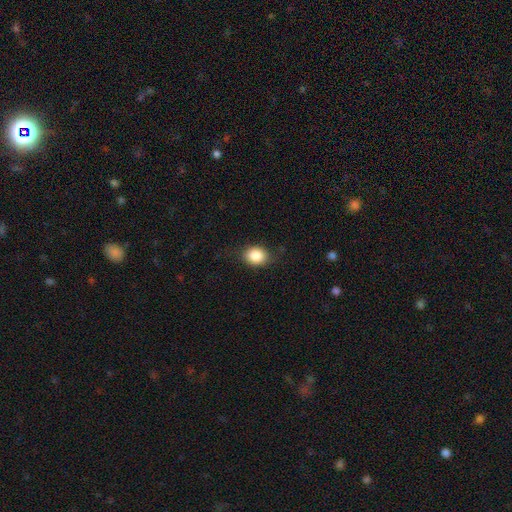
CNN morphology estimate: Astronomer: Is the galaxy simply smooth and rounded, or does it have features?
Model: smooth — 86%.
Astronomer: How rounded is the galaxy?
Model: round — 52% (runner-up: in between, 47%).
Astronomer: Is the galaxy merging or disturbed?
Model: none — 78%.